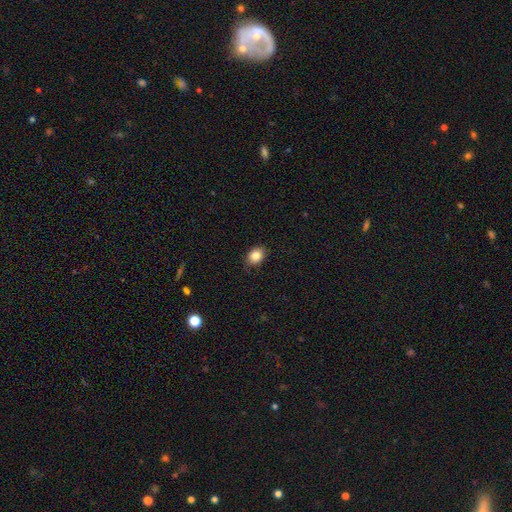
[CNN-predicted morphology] Smooth or featured? smooth (84%)
How rounded? in between (60%)
Merging? none (79%)